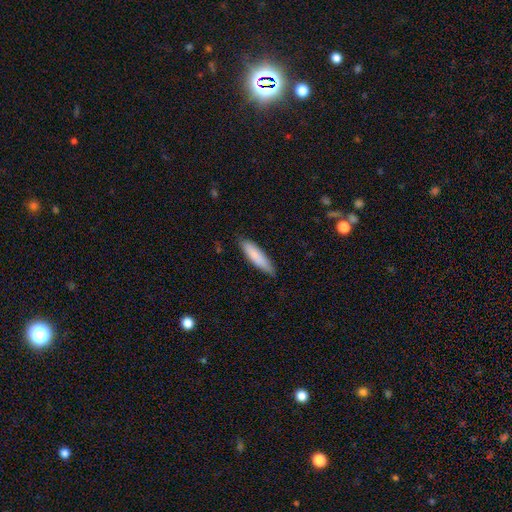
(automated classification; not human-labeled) The model was most divided on "how rounded": cigar-shaped: 71%, in between: 28%, round: 1%. More confident: smooth or featured — smooth (82%); merging — none (80%).